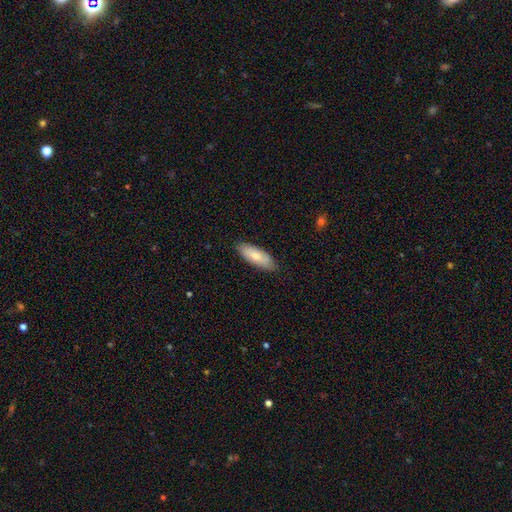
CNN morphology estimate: smooth_or_featured: smooth (p=0.73) [alt: featured or disk p=0.21]
how_rounded: in between (p=0.72) [alt: cigar-shaped p=0.26]
merging: none (p=0.83) [alt: minor disturbance p=0.14]